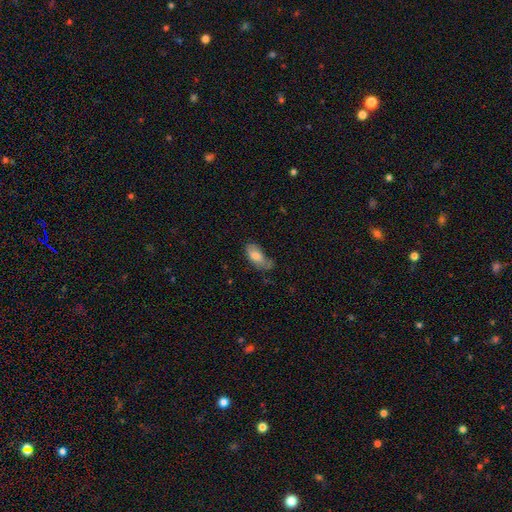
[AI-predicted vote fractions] Morphology: type=smooth (77%); roundness=in between (88%); merging=none (42%).